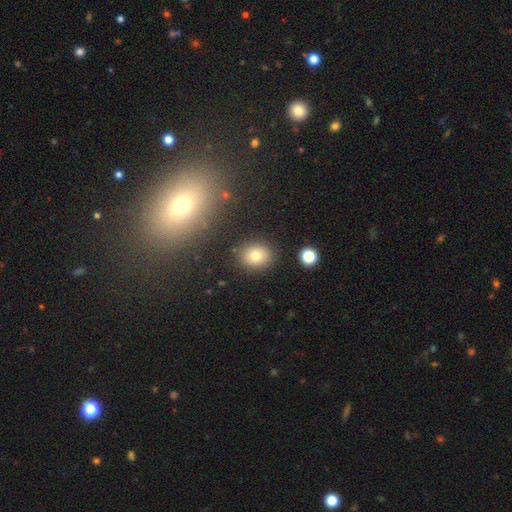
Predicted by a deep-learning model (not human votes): smooth-or-featured: smooth: 76% | star or artifact: 13% | featured or disk: 11%
  how-rounded: round: 63% | in between: 36% | cigar-shaped: 1%
  merging: none: 86% | minor disturbance: 8% | major disturbance: 3% | merger: 3%